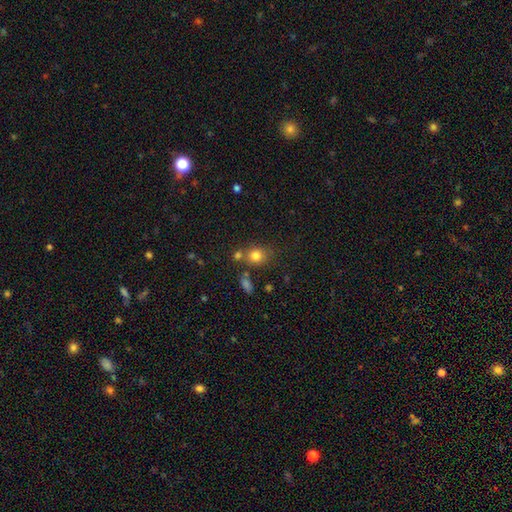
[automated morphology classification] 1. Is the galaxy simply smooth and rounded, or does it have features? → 80% smooth, 12% star or artifact, 8% featured or disk.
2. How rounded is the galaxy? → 70% round, 29% in between, 1% cigar-shaped.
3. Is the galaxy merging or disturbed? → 65% none, 17% merger, 13% minor disturbance, 5% major disturbance.